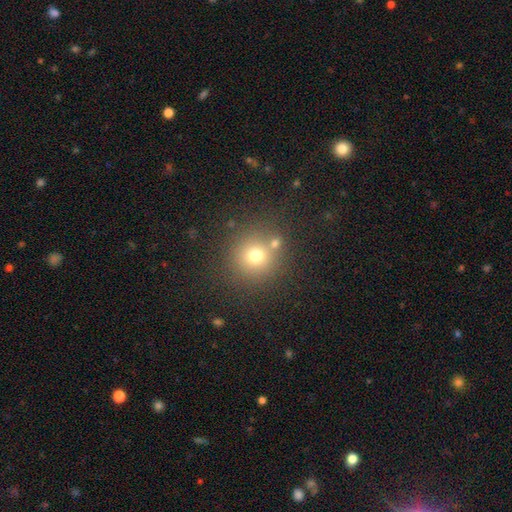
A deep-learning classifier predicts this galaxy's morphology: Smooth or featured?
  - smooth: 71% *
  - star or artifact: 18%
  - featured or disk: 11%
How rounded?
  - round: 92% *
  - in between: 7%
  - cigar-shaped: 1%
Merging?
  - none: 74% *
  - merger: 13%
  - minor disturbance: 9%
  - major disturbance: 4%